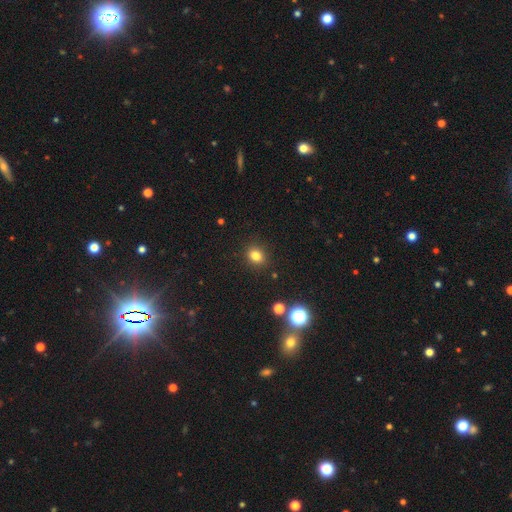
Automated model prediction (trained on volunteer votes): Smooth or featured?
  - smooth: 80% *
  - star or artifact: 14%
  - featured or disk: 5%
How rounded?
  - round: 65% *
  - in between: 34%
  - cigar-shaped: 1%
Merging?
  - none: 90% *
  - minor disturbance: 7%
  - major disturbance: 2%
  - merger: 1%